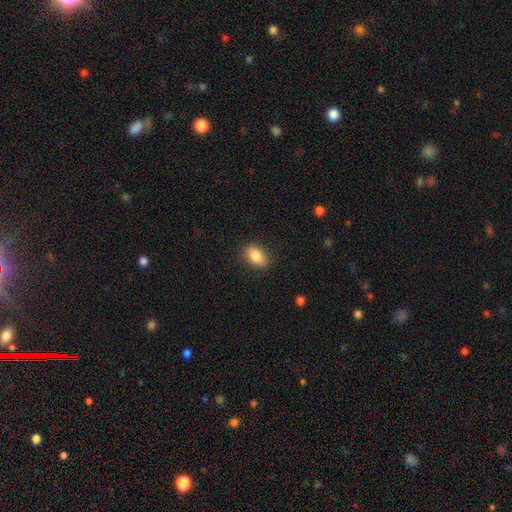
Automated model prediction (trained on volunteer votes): smooth_or_featured: smooth (p=0.85) [alt: star or artifact p=0.08]
how_rounded: in between (p=0.86) [alt: round p=0.11]
merging: none (p=0.85) [alt: minor disturbance p=0.11]